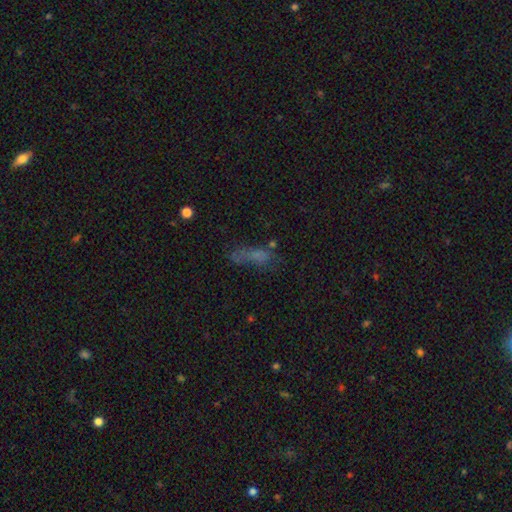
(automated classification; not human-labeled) The model was most divided on "how rounded": in between: 49%, cigar-shaped: 45%, round: 5%. Remaining: smooth or featured — smooth (55%); merging — none (43%).